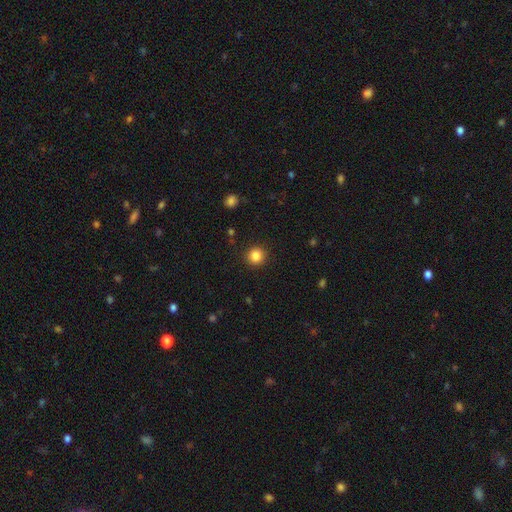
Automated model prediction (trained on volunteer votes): smooth-or-featured: smooth: 85% | star or artifact: 11% | featured or disk: 4%
  how-rounded: round: 92% | in between: 7% | cigar-shaped: 1%
  merging: none: 91% | minor disturbance: 6% | major disturbance: 2% | merger: 1%